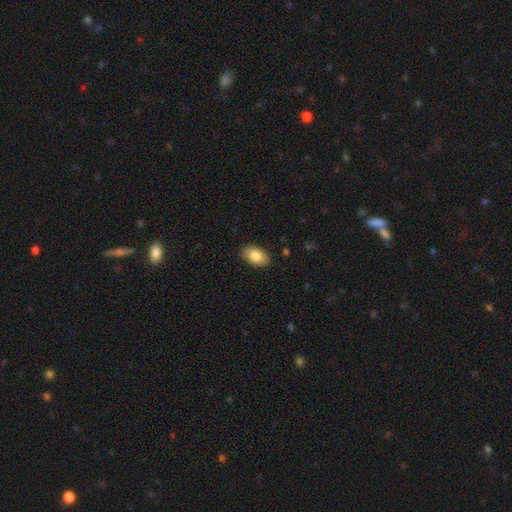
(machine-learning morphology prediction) Smooth or featured?
  - smooth: 84% *
  - featured or disk: 9%
  - star or artifact: 7%
How rounded?
  - in between: 92% *
  - round: 6%
  - cigar-shaped: 1%
Merging?
  - none: 88% *
  - minor disturbance: 9%
  - major disturbance: 2%
  - merger: 1%